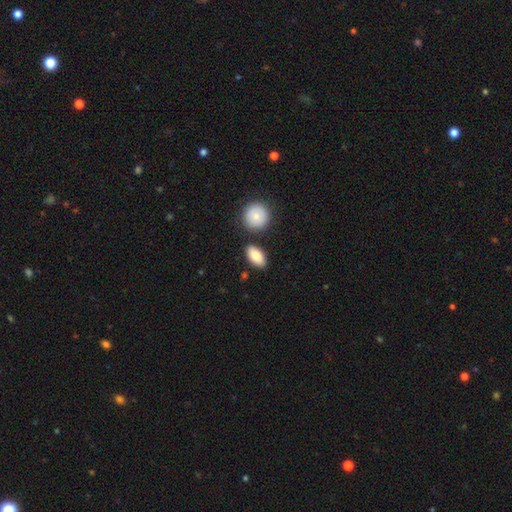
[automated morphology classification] Overall: smooth (83%). How rounded: in between (91%). Merging: none (80%).